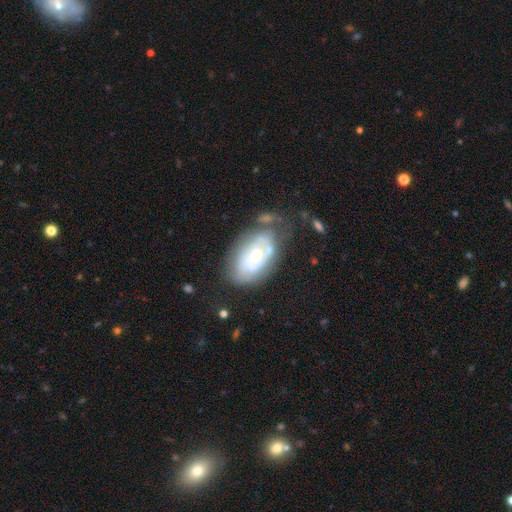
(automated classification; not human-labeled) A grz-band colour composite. It shows a featured or disk galaxy (70%) with no bar (81%), spiral arms (54%) and a moderate central bulge (58%). Merging: none (48%).